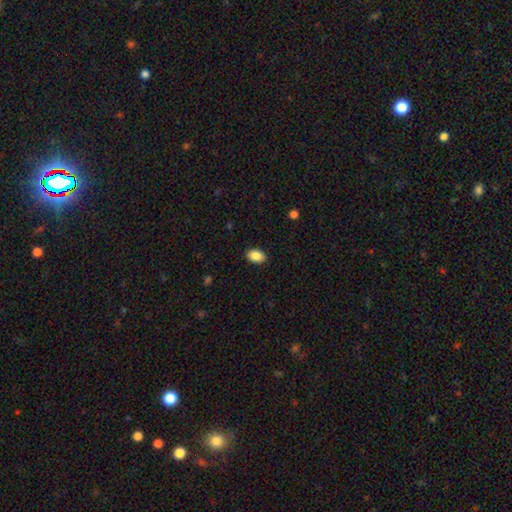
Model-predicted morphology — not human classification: A smooth galaxy with no disk features (88%) that is in between round and cigar-shaped (89%).

Vote fractions:
- Smooth or featured? smooth: 88% / star or artifact: 7% / featured or disk: 4%
- How rounded? in between: 89% / round: 10% / cigar-shaped: 1%
- Merging? none: 89% / minor disturbance: 8% / major disturbance: 2% / merger: 1%